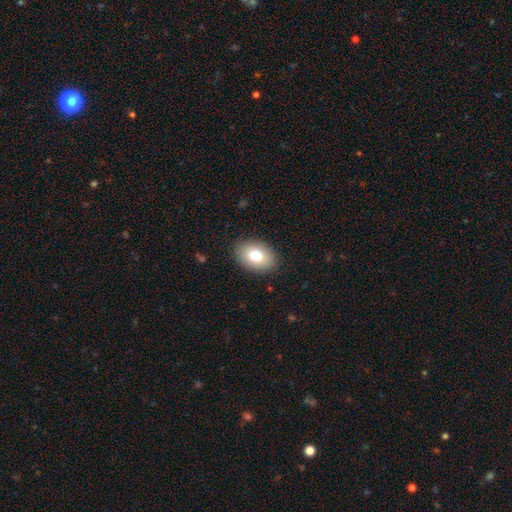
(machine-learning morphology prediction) This appears to be a smooth galaxy with no disk features (81%) that is in between round and cigar-shaped (86%). Merging: none (86%).